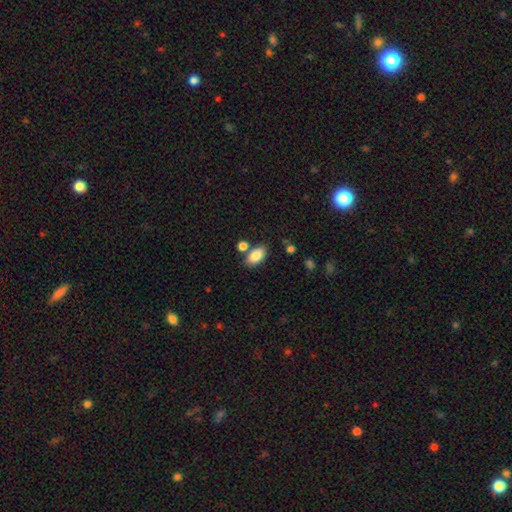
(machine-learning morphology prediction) Smooth or featured? smooth (84%)
How rounded? in between (92%)
Merging? none (72%)